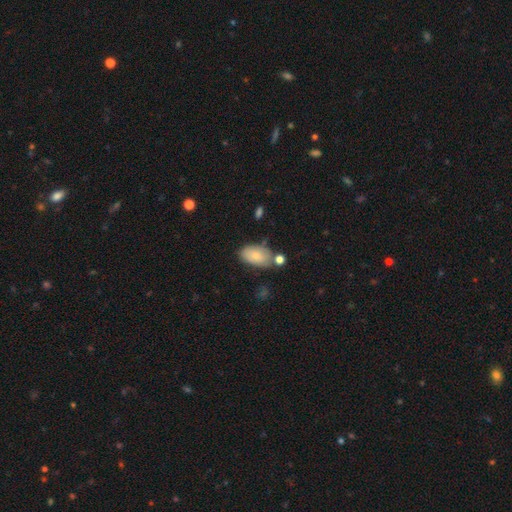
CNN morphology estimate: The model was most divided on "merging": none: 65%, minor disturbance: 20%, merger: 11%, major disturbance: 5%. More confident: how rounded — in between (93%); smooth or featured — smooth (79%).